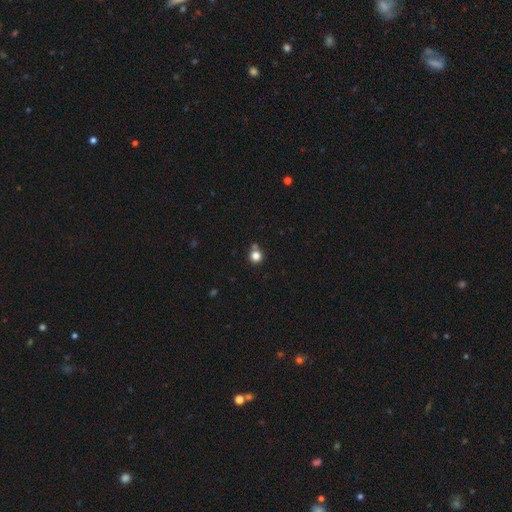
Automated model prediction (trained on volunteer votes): Smooth or featured? Predicted: smooth (p=0.82). How rounded? Predicted: round (p=0.92). Merging? Predicted: none (p=0.73).